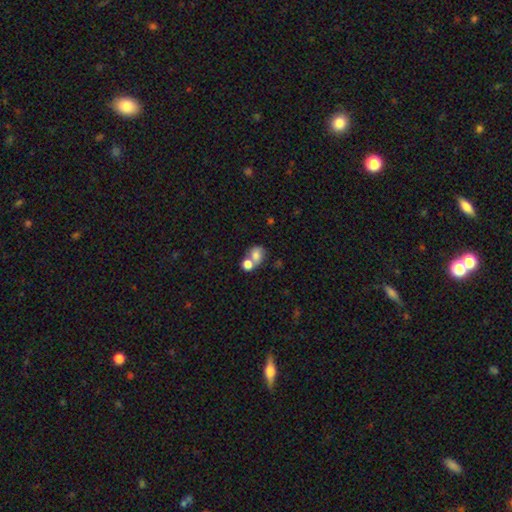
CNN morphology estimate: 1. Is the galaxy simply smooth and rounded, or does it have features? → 75% smooth, 14% featured or disk, 10% star or artifact.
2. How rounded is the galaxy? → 59% round, 40% in between, 1% cigar-shaped.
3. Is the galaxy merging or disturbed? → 54% merger, 33% none, 9% minor disturbance, 4% major disturbance.